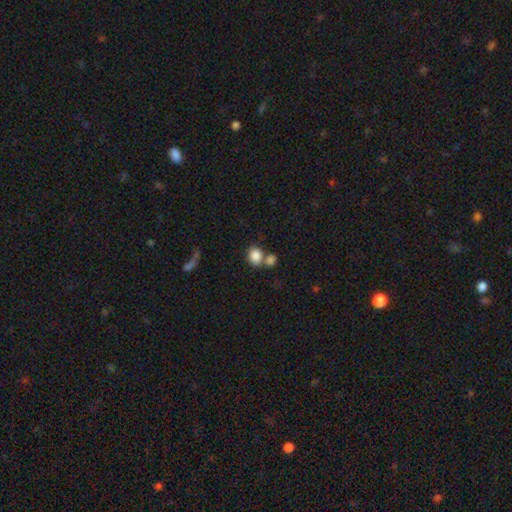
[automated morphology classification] This is clearly a smooth galaxy (84%). How rounded: possibly round (58%). Merging: possibly none (45%).